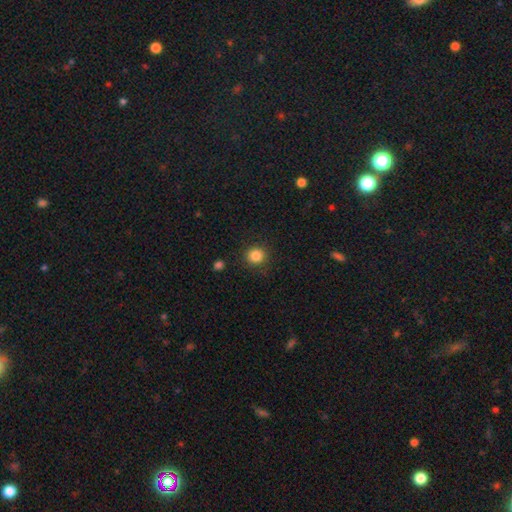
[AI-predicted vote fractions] This appears to be a smooth galaxy with no disk features (85%) that is round (91%). Merging: none (89%).